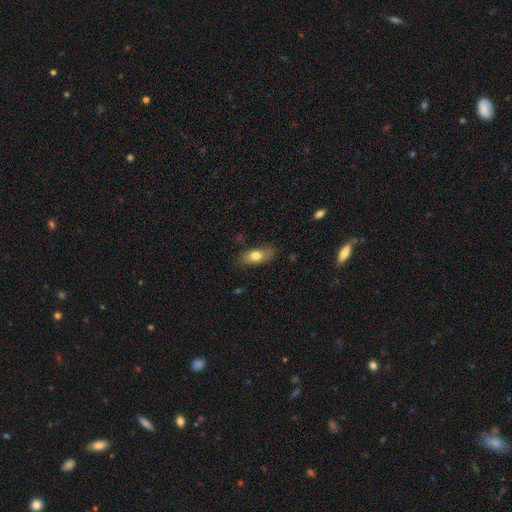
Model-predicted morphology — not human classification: Smooth or featured?
  - smooth: 73% *
  - featured or disk: 19%
  - star or artifact: 7%
How rounded?
  - in between: 79% *
  - cigar-shaped: 15%
  - round: 5%
Merging?
  - none: 76% *
  - minor disturbance: 19%
  - major disturbance: 4%
  - merger: 1%